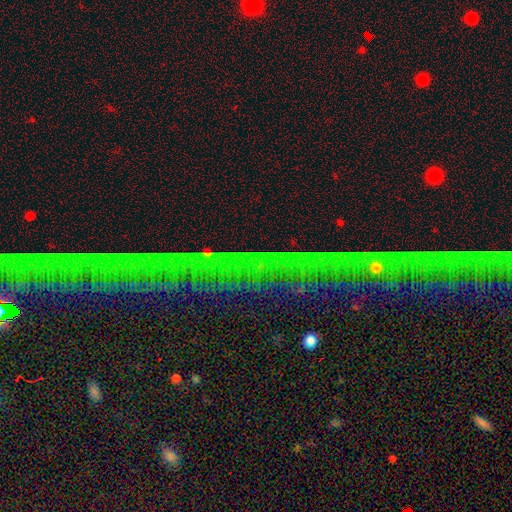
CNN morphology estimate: Q: Smooth or featured?
A: star or artifact (83%); runner-up: featured or disk (9%)